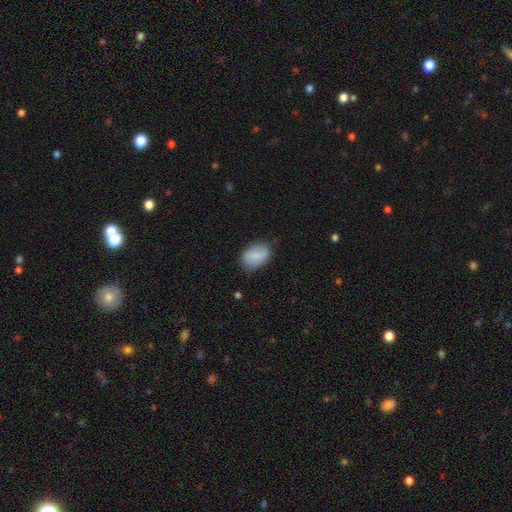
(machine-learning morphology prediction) smooth 78%, featured or disk 14%, star or artifact 7%. Down the decision tree: how rounded — in between (80%); merging — none (74%).